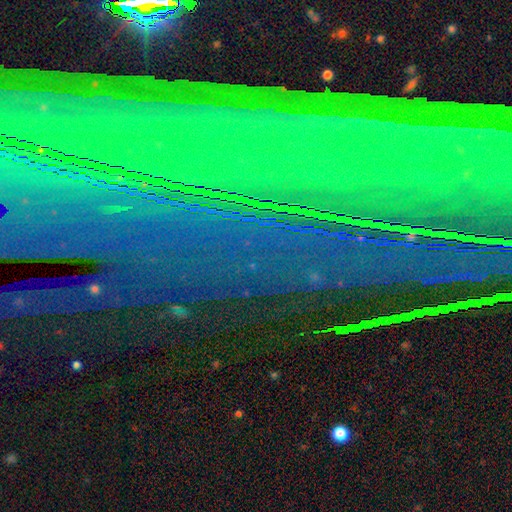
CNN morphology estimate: star or artifact 85%, featured or disk 8%, smooth 7%.